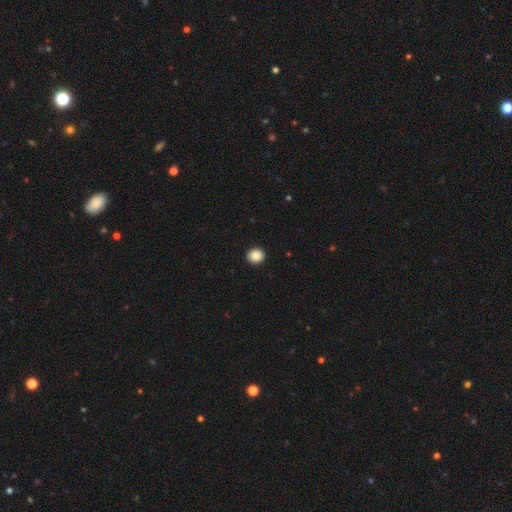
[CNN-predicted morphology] The model was most divided on "how rounded": round: 86%, in between: 13%, cigar-shaped: 1%. More confident: merging — none (93%); smooth or featured — smooth (86%).